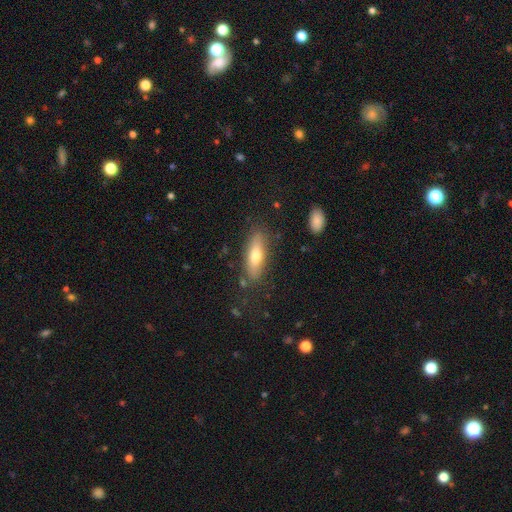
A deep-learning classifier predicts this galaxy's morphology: A smooth galaxy with no disk features (66%) that is in between round and cigar-shaped (55%). Merging: none (82%).